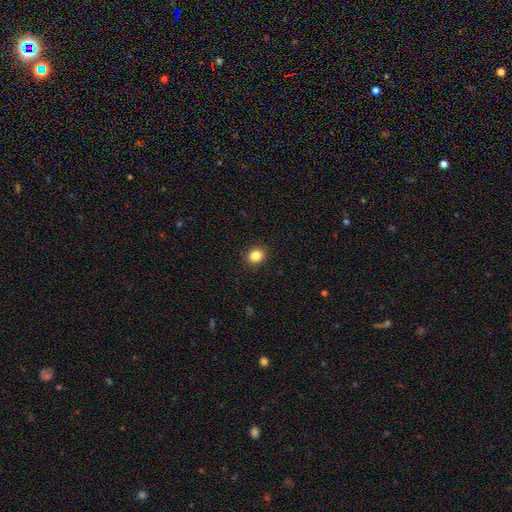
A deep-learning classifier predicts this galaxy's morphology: smooth 84%, star or artifact 11%, featured or disk 5%. Down the decision tree: how rounded — round (75%); merging — none (91%).